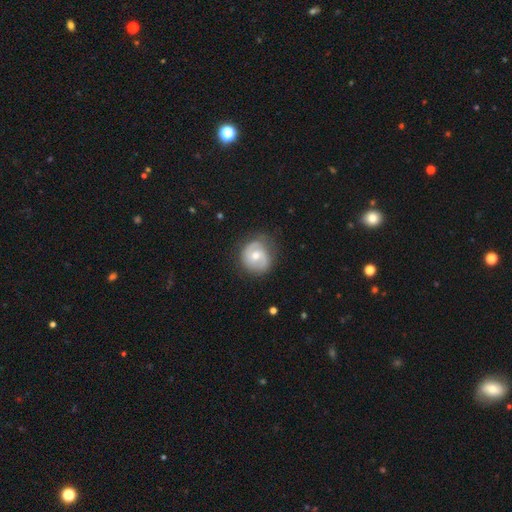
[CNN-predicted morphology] type=featured or disk (69%); edge-on=no (98%); bar=no (55%); spiral arms=yes (87%); winding=tight (42%); arm count=2 (76%); bulge=moderate (70%); merging=none (72%).